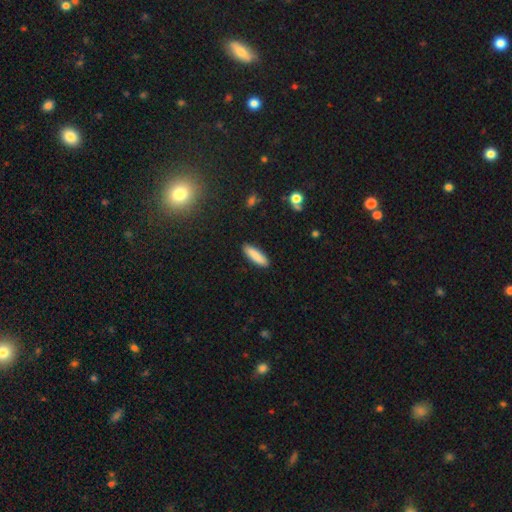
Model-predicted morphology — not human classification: smooth 88%, featured or disk 6%, star or artifact 6%. Down the decision tree: how rounded — cigar-shaped (64%); merging — none (90%).